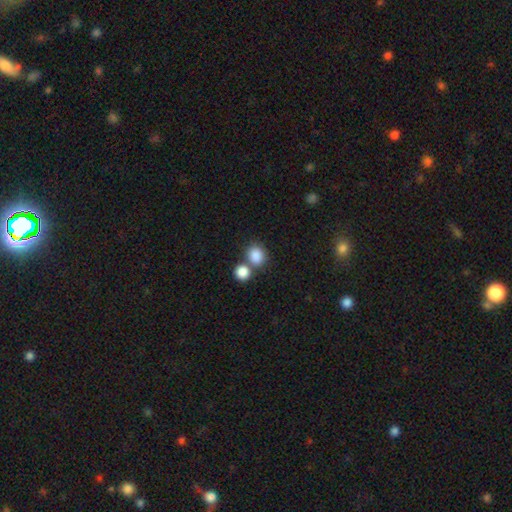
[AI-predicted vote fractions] Smooth or featured? smooth (86%)
How rounded? round (67%)
Merging? none (53%)